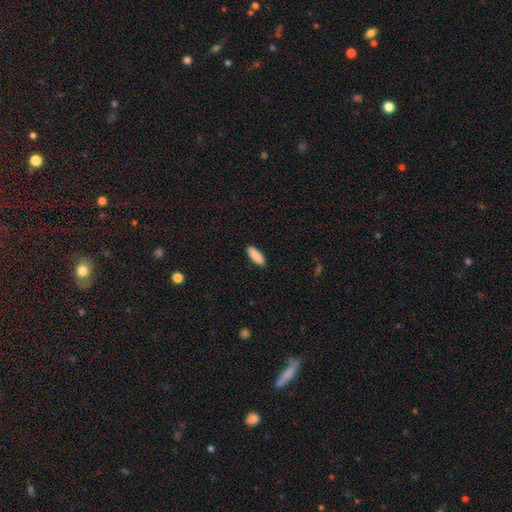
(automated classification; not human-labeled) smooth_or_featured: smooth (p=0.90) [alt: star or artifact p=0.06]
how_rounded: in between (p=0.55) [alt: cigar-shaped p=0.43]
merging: none (p=0.90) [alt: minor disturbance p=0.07]